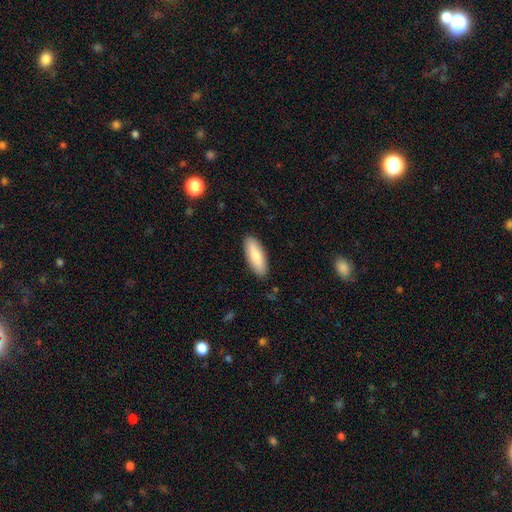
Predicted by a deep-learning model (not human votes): Smooth or featured: smooth — 79% (featured or disk — 16%)
How rounded: in between — 69% (cigar-shaped — 29%)
Merging: none — 89% (minor disturbance — 9%)